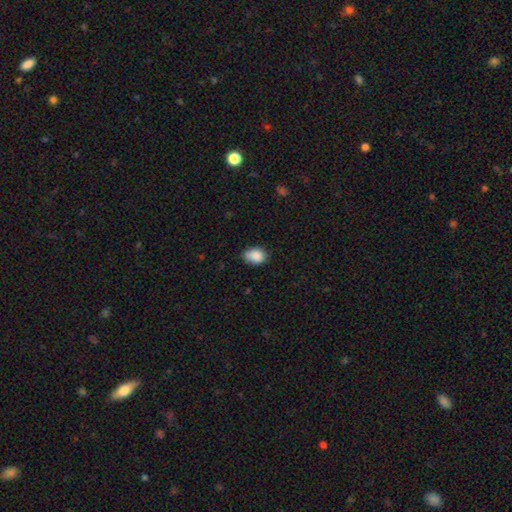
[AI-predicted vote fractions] Morphology: type=smooth (88%); roundness=in between (73%); merging=none (71%).